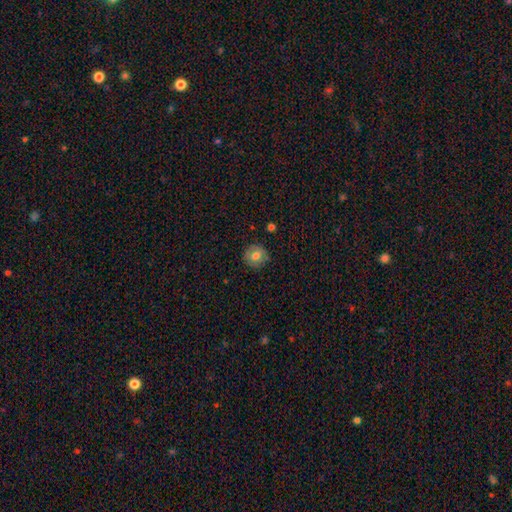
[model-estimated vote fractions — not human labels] Smooth or featured? Predicted: smooth (p=0.74). How rounded? Predicted: round (p=0.91). Merging? Predicted: none (p=0.86).